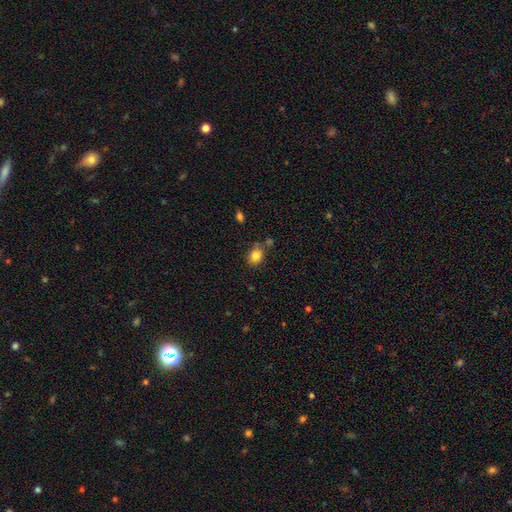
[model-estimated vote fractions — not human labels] smooth 84%, star or artifact 10%, featured or disk 7%. Down the decision tree: how rounded — in between (54%); merging — none (71%).